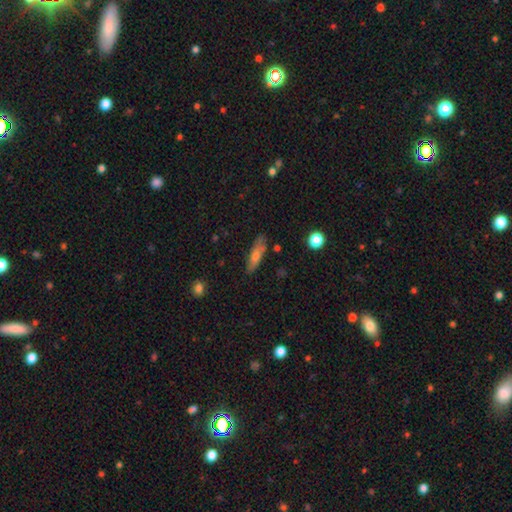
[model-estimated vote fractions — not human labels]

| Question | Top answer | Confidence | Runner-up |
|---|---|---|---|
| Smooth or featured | smooth | 61% | featured or disk (30%) |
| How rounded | cigar-shaped | 62% | in between (35%) |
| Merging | none | 78% | minor disturbance (17%) |